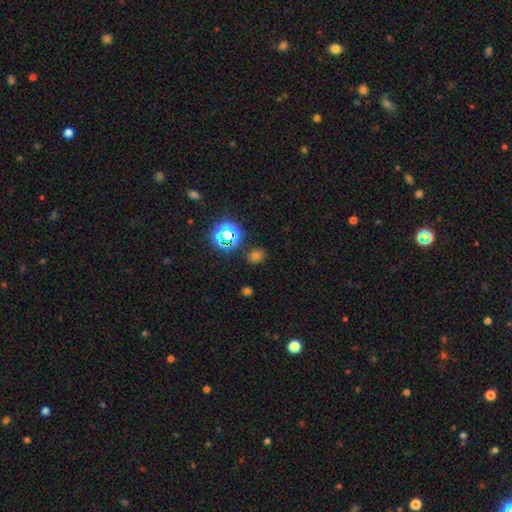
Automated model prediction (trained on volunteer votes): This is possibly a smooth galaxy (56%). How rounded: likely round (70%). Merging: clearly none (85%).